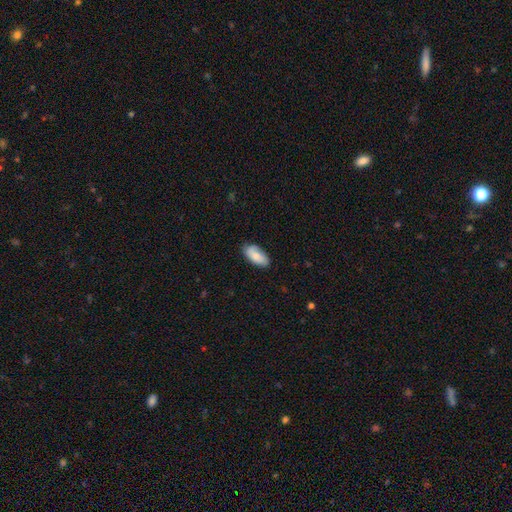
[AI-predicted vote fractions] Overall: smooth (78%). How rounded: in between (90%). Merging: none (78%).